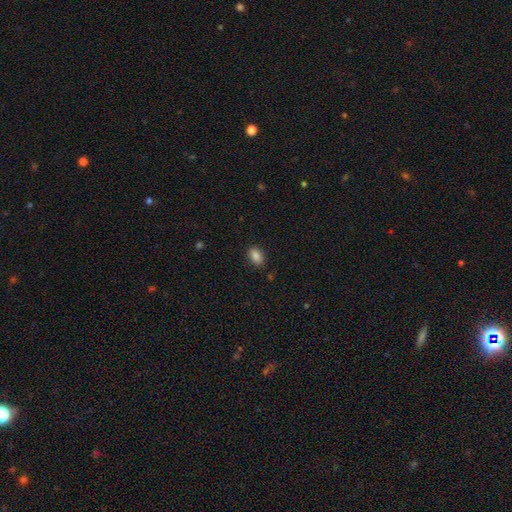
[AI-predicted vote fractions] This appears to be a smooth galaxy with no disk features (87%) that is in between round and cigar-shaped (82%). Merging: none (87%).